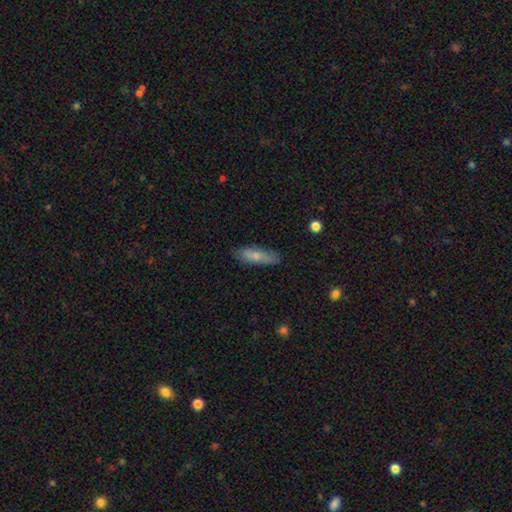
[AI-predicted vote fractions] Q: Smooth or featured?
A: smooth (72%); runner-up: featured or disk (22%)
Q: How rounded?
A: cigar-shaped (51%); runner-up: in between (47%)
Q: Merging?
A: none (78%); runner-up: minor disturbance (17%)